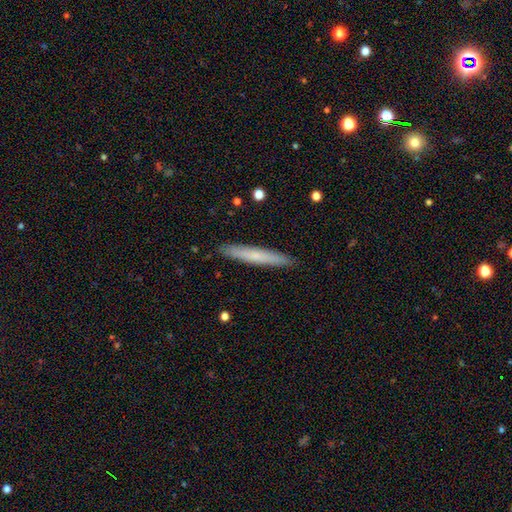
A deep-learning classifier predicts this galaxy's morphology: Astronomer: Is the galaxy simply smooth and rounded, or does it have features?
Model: smooth — 62%.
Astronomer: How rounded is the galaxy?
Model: cigar-shaped — 95%.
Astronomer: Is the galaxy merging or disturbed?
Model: none — 91%.